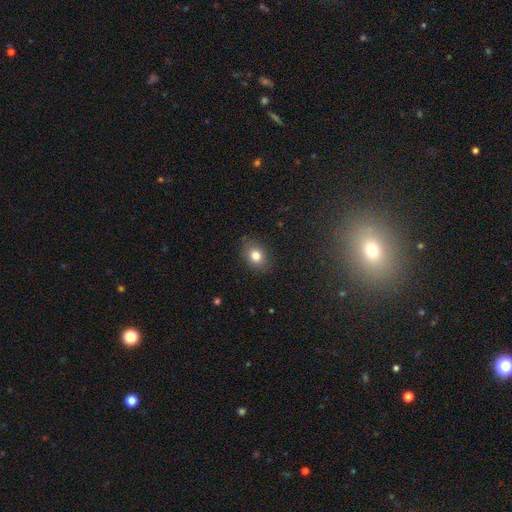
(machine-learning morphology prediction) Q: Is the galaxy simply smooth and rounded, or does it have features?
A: smooth — 81%.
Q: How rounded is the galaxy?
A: in between — 65%.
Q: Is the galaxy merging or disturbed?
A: none — 83%.